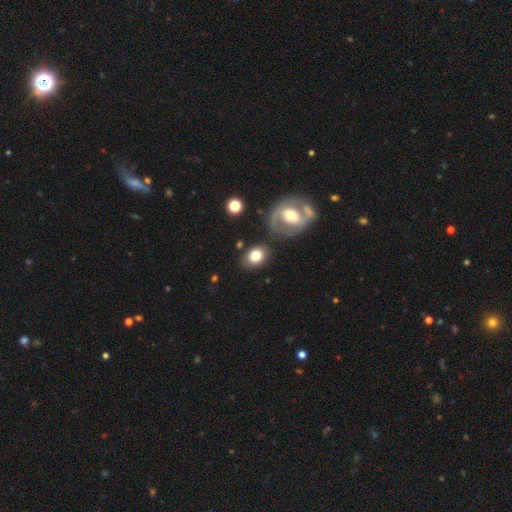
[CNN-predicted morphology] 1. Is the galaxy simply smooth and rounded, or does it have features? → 76% smooth, 15% featured or disk, 9% star or artifact.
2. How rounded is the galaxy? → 55% in between, 44% round, 1% cigar-shaped.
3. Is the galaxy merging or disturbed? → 76% none, 13% minor disturbance, 6% merger, 5% major disturbance.